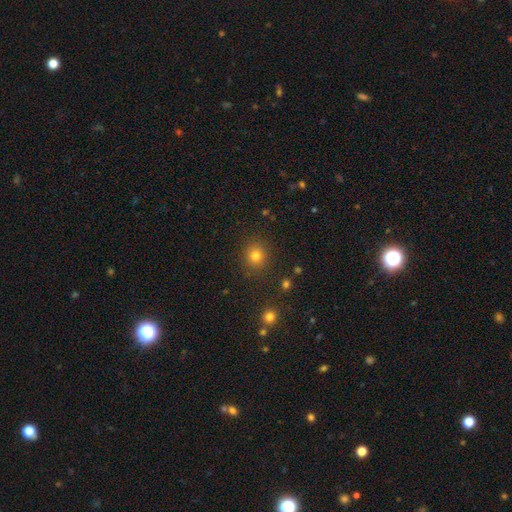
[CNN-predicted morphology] smooth 80%, star or artifact 14%, featured or disk 6%. Down the decision tree: how rounded — round (85%); merging — none (88%).